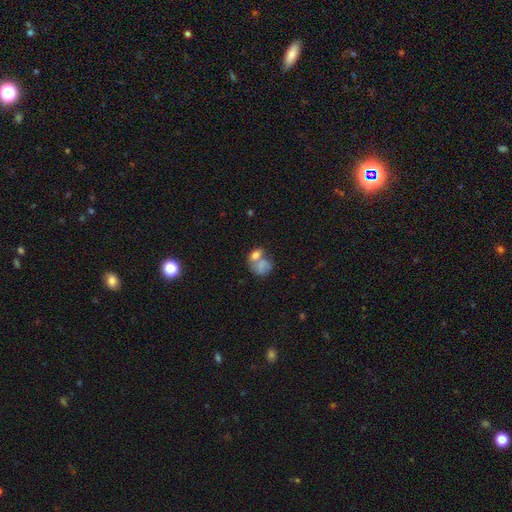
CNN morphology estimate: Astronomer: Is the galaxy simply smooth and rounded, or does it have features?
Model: smooth — 72%.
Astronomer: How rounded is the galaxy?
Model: in between — 64%.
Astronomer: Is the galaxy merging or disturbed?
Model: merger — 58%.